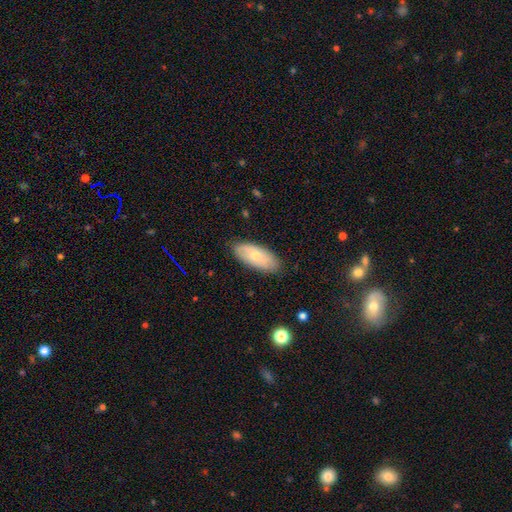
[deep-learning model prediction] The model was most divided on "smooth or featured": smooth: 68%, featured or disk: 26%, star or artifact: 6%. More confident: how rounded — in between (87%); merging — none (85%).